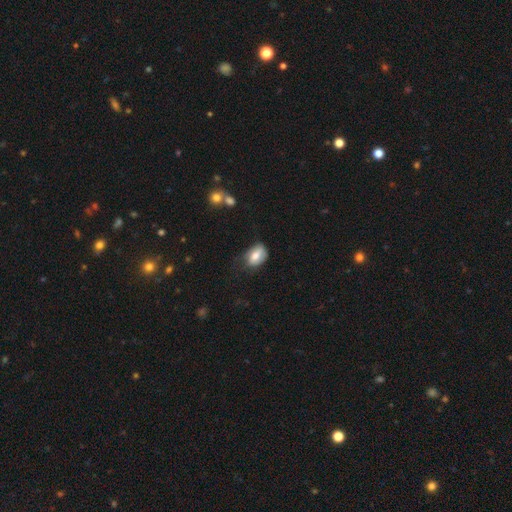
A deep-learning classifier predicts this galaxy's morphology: type=smooth (71%); roundness=in between (84%); merging=none (50%).